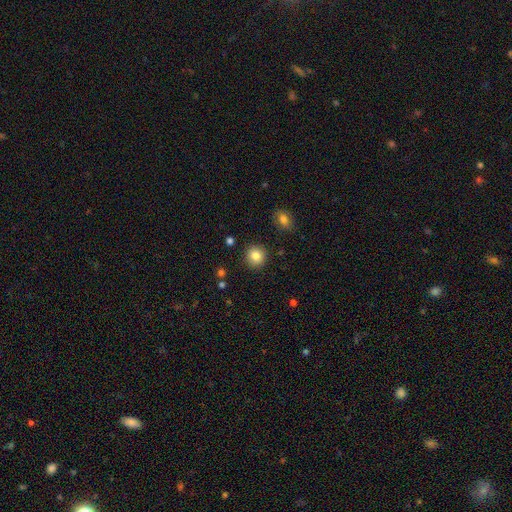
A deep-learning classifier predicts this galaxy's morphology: type=smooth (85%); roundness=round (90%); merging=none (90%).